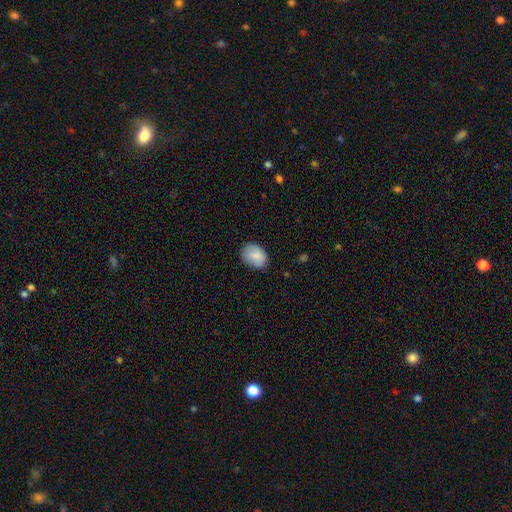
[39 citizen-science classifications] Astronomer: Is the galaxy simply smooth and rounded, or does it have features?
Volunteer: smooth — 85%.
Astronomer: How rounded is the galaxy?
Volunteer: in between — 85%.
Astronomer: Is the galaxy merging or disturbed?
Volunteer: none — 55% (runner-up: minor disturbance, 37%).